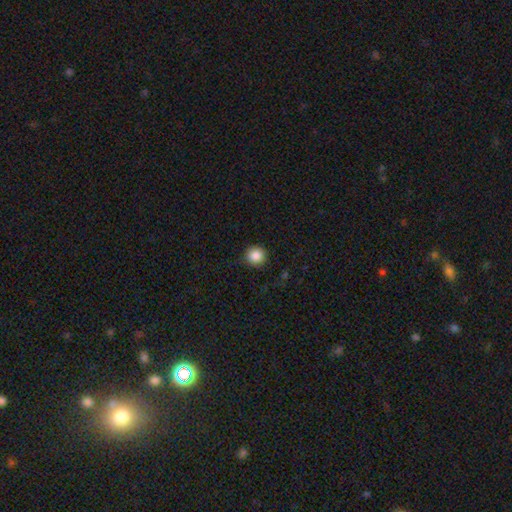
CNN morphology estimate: Smooth or featured? smooth (87%)
How rounded? round (94%)
Merging? none (87%)